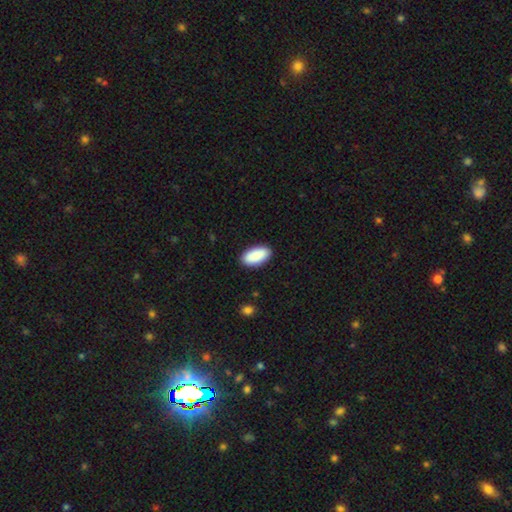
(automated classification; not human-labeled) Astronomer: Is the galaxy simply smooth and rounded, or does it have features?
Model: smooth — 90%.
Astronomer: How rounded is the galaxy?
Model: in between — 94%.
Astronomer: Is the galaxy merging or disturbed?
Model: none — 90%.